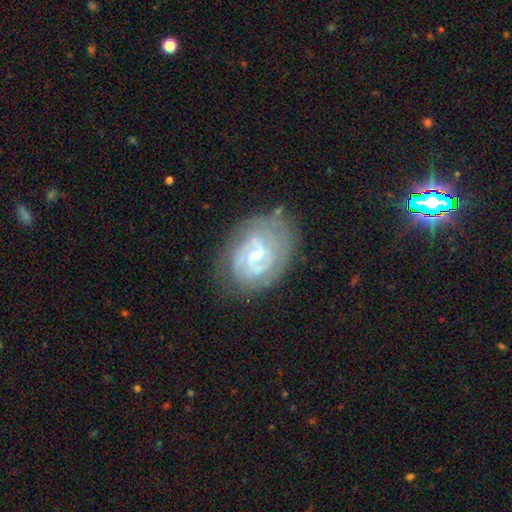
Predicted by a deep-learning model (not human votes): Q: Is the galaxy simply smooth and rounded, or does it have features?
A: featured or disk — 81%.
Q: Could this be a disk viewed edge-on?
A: no — 97%.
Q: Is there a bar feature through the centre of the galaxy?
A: weak — 55%.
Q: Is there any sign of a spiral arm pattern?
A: yes — 90%.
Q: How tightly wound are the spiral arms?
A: tight — 56%.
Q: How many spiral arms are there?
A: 2 — 54%.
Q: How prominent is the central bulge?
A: small — 62%.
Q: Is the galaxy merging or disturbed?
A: none — 69%.